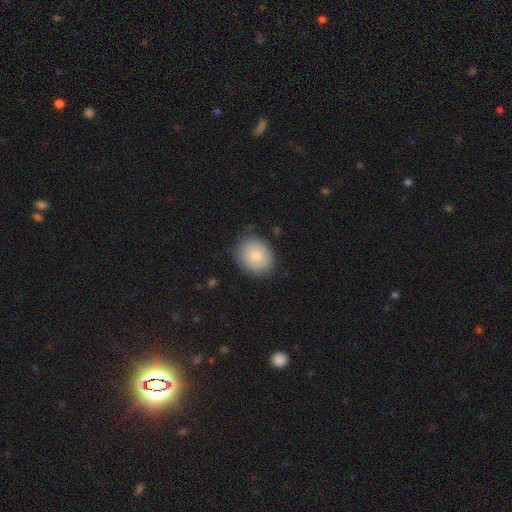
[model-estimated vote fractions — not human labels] smooth 79%, featured or disk 13%, star or artifact 8%. Down the decision tree: how rounded — round (63%); merging — none (79%).